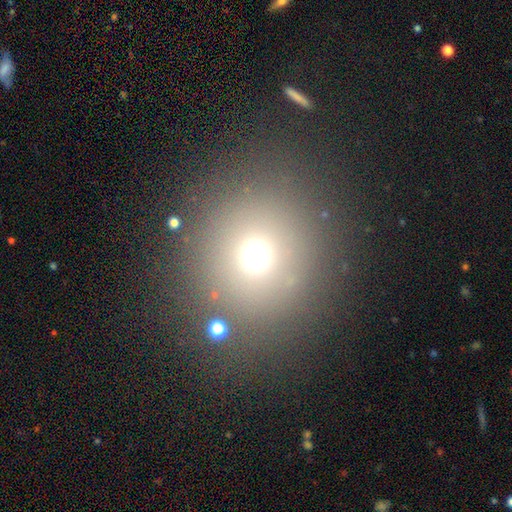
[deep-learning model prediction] Smooth or featured?
  - smooth: 67% *
  - star or artifact: 22%
  - featured or disk: 11%
How rounded?
  - round: 89% *
  - in between: 10%
  - cigar-shaped: 1%
Merging?
  - none: 82% *
  - minor disturbance: 8%
  - major disturbance: 5%
  - merger: 5%